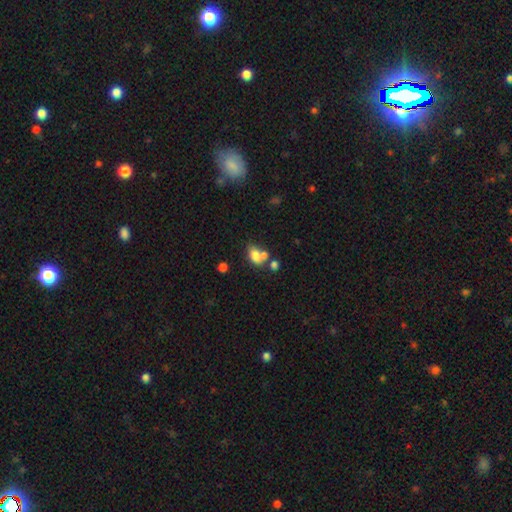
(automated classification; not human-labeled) smooth_or_featured: smooth (p=0.74) [alt: featured or disk p=0.15]
how_rounded: in between (p=0.81) [alt: round p=0.17]
merging: merger (p=0.43) [alt: none p=0.36]